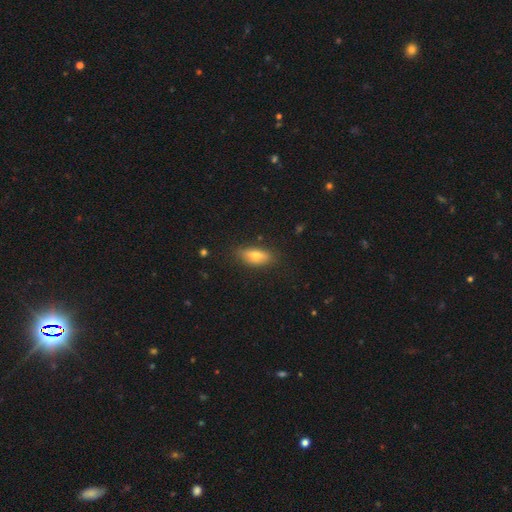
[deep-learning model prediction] This is likely a smooth galaxy (67%). How rounded: likely in between (74%). Merging: likely none (80%).